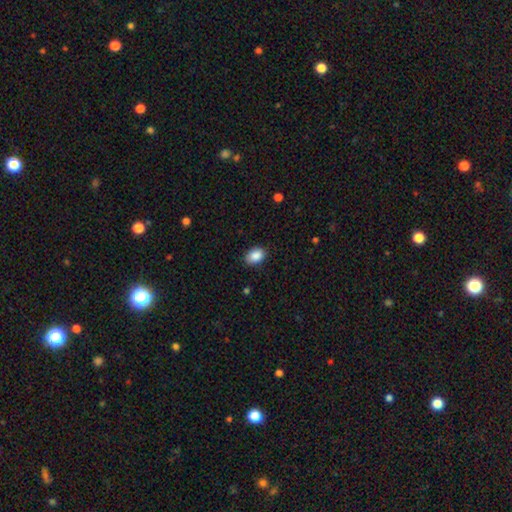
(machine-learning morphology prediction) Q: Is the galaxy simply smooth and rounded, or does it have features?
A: smooth — 88%.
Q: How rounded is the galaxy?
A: in between — 83%.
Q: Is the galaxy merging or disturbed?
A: none — 86%.